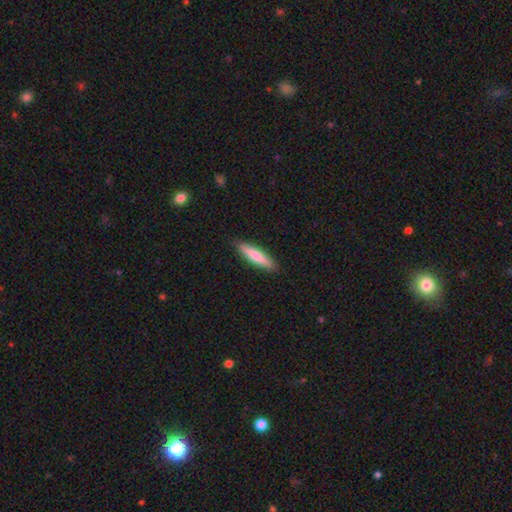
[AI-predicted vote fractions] Overall: smooth (74%). How rounded: cigar-shaped (83%). Merging: none (90%).